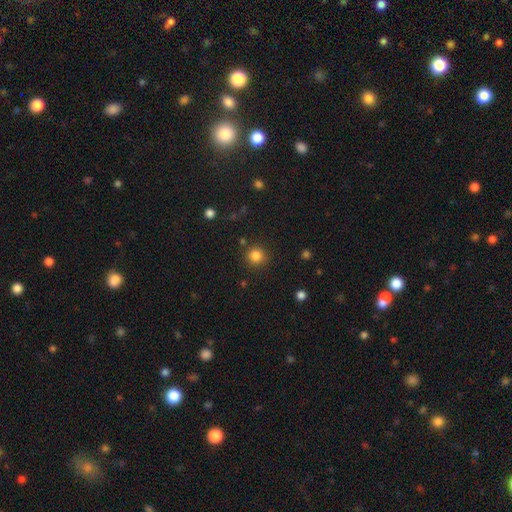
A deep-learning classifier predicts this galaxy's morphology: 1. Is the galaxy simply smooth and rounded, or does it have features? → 84% smooth, 12% star or artifact, 4% featured or disk.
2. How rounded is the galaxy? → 93% round, 6% in between, 1% cigar-shaped.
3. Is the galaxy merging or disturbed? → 87% none, 7% minor disturbance, 3% major disturbance, 3% merger.